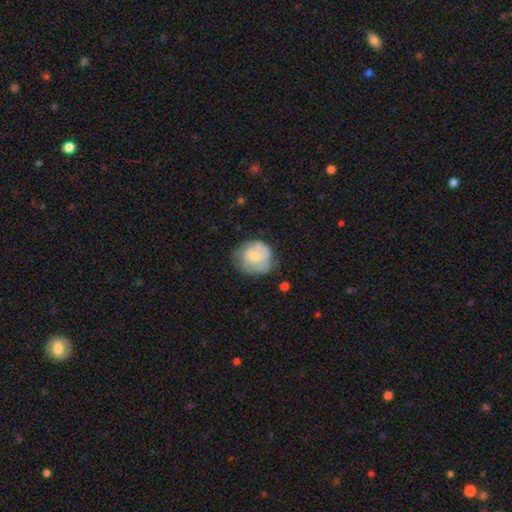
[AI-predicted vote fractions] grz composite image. It shows a smooth galaxy with no disk features (52%) that is round (76%). Merging: none (56%).